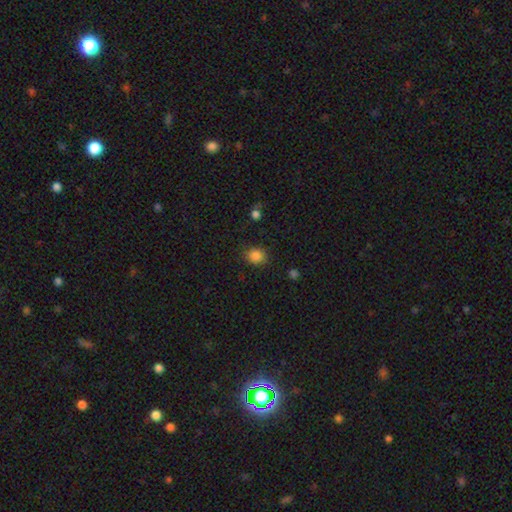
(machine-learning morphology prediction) smooth 84%, star or artifact 11%, featured or disk 4%. Down the decision tree: how rounded — round (68%); merging — none (84%).